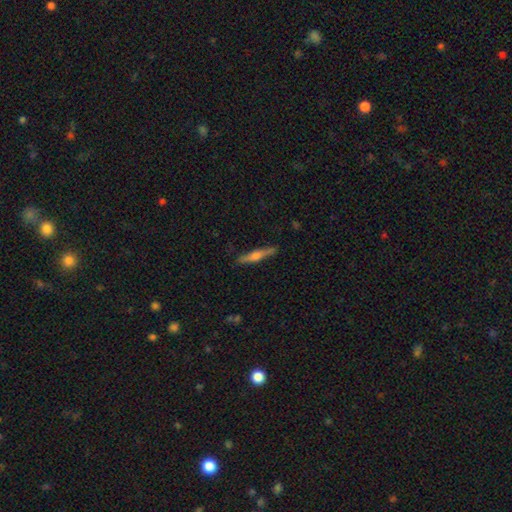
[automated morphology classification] A featured or disk galaxy (57%) viewed edge-on (96%) with a rounded central bulge (80%). Merging: none (87%).